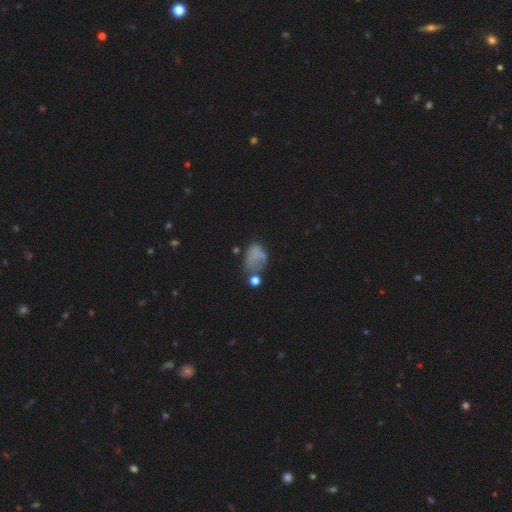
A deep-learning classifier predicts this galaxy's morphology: smooth 59%, featured or disk 26%, star or artifact 15%. Down the decision tree: how rounded — in between (76%); merging — none (32%).